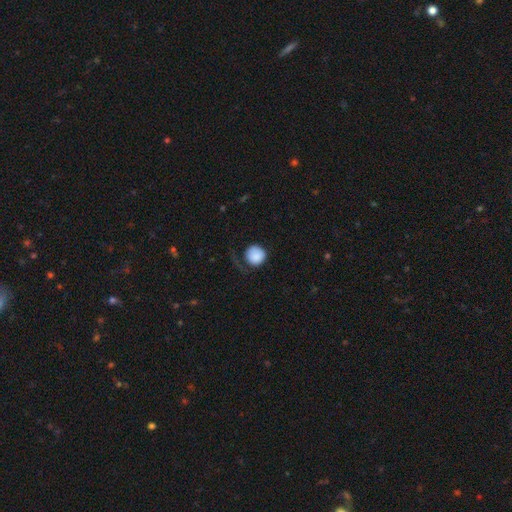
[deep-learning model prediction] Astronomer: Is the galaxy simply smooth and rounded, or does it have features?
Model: smooth — 86%.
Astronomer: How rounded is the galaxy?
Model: round — 91%.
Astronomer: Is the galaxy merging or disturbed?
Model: none — 49% (runner-up: major disturbance, 24%).